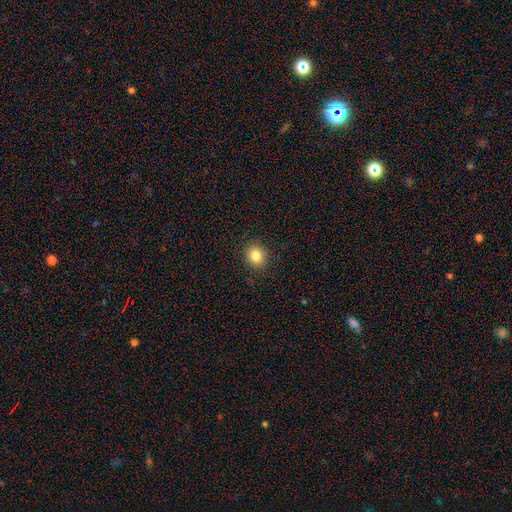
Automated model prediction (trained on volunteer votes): A smooth galaxy with no disk features (83%) that is round (68%).

Vote fractions:
- Smooth or featured? smooth: 83% / star or artifact: 10% / featured or disk: 6%
- How rounded? round: 68% / in between: 31% / cigar-shaped: 1%
- Merging? none: 90% / minor disturbance: 7% / major disturbance: 2% / merger: 1%